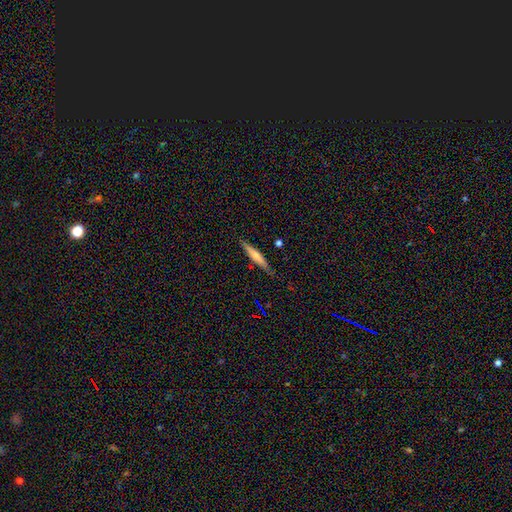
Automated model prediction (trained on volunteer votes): Smooth or featured?
  - smooth: 52% *
  - featured or disk: 41%
  - star or artifact: 7%
How rounded?
  - cigar-shaped: 92% *
  - in between: 7%
  - round: 2%
Merging?
  - none: 86% *
  - minor disturbance: 11%
  - major disturbance: 2%
  - merger: 1%